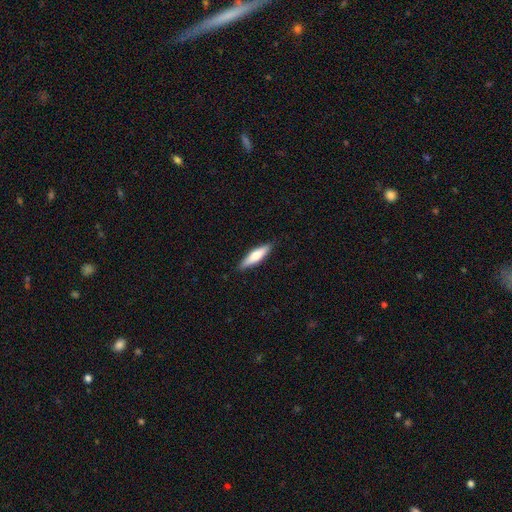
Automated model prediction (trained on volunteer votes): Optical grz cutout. It shows a smooth galaxy with no disk features (64%) that is cigar-shaped (70%). Merging: none (88%).